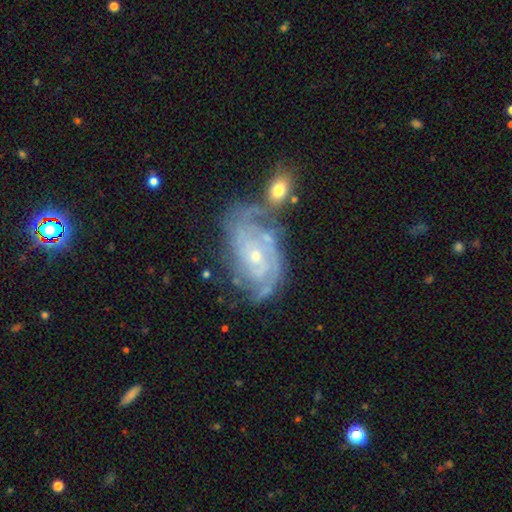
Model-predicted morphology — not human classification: A featured or disk galaxy (87%) with no bar (70%), 2 (31%) tight (68%) spiral arms (96%) and a small central bulge (66%).

Vote fractions:
- Smooth or featured? featured or disk: 87% / smooth: 7% / star or artifact: 6%
- Edge-on disk? no: 96% / yes: 4%
- Bar? no: 70% / weak: 24% / strong: 6%
- Spiral arms? yes: 96% / no: 4%
- Spiral winding? tight: 68% / medium: 26% / loose: 6%
- Spiral arm count? 2: 31% / can't tell: 29% / 3: 21% / 4: 9% / 1: 5% / more than 4: 5%
- Bulge size? small: 66% / moderate: 31% / large: 1% / none: 1% / dominant: 1%
- Merging? none: 53% / minor disturbance: 20% / merger: 17% / major disturbance: 11%